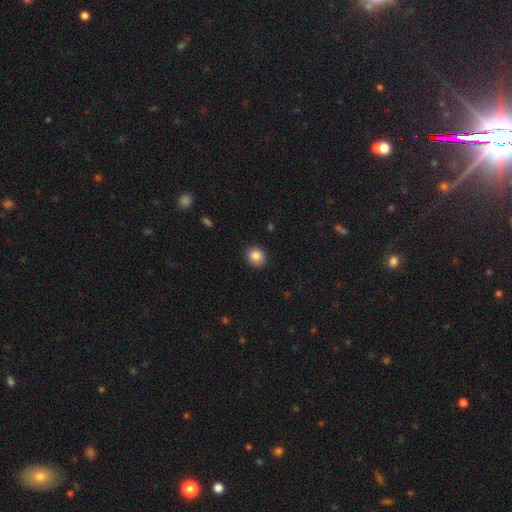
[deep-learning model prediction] The model was most divided on "how rounded": round: 75%, in between: 24%, cigar-shaped: 1%. More confident: merging — none (87%); smooth or featured — smooth (86%).